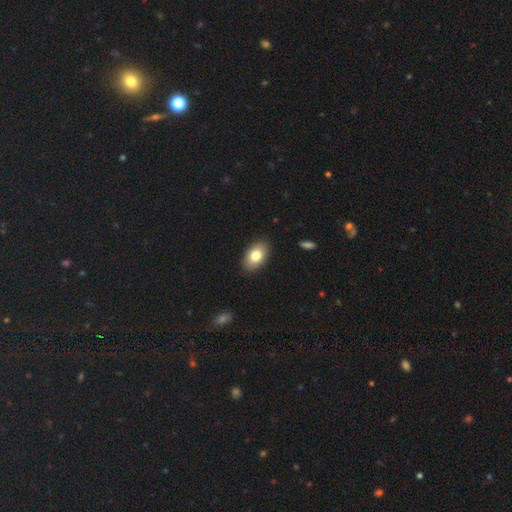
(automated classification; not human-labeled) smooth-or-featured: smooth: 79% | featured or disk: 13% | star or artifact: 7%
  how-rounded: in between: 91% | round: 8% | cigar-shaped: 1%
  merging: none: 88% | minor disturbance: 8% | major disturbance: 2% | merger: 1%